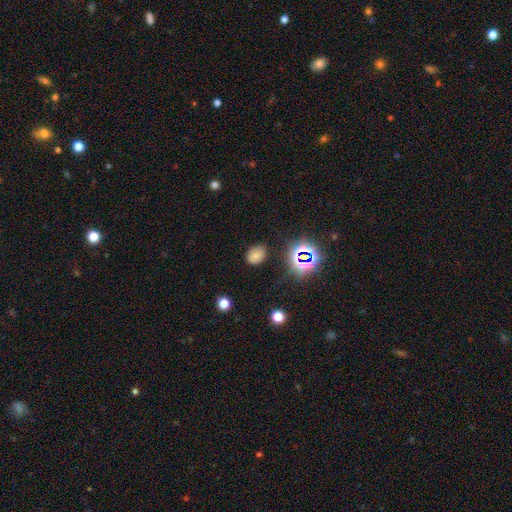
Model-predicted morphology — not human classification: Smooth or featured: smooth — 68% (star or artifact — 23%)
How rounded: in between — 60% (round — 39%)
Merging: none — 80% (minor disturbance — 14%)